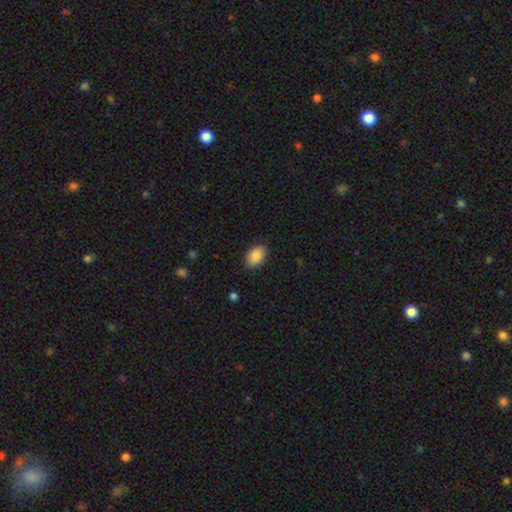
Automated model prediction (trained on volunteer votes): This appears to be a smooth galaxy with no disk features (88%) that is in between round and cigar-shaped (89%). Merging: none (87%).